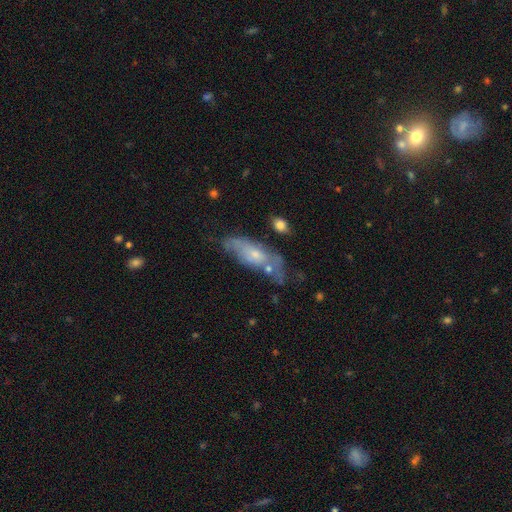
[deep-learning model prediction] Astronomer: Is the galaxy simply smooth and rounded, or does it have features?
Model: featured or disk — 50% (runner-up: smooth, 42%).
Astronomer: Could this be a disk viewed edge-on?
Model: no — 79%.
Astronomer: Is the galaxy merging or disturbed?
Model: none — 44% (runner-up: minor disturbance, 28%).